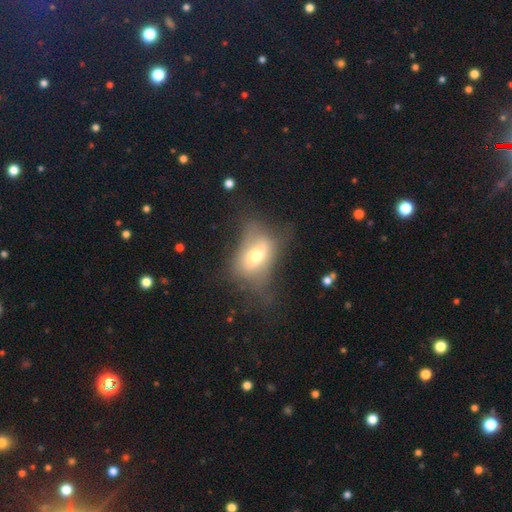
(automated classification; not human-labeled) Smooth or featured? smooth (52%)
How rounded? in between (83%)
Merging? none (37%)